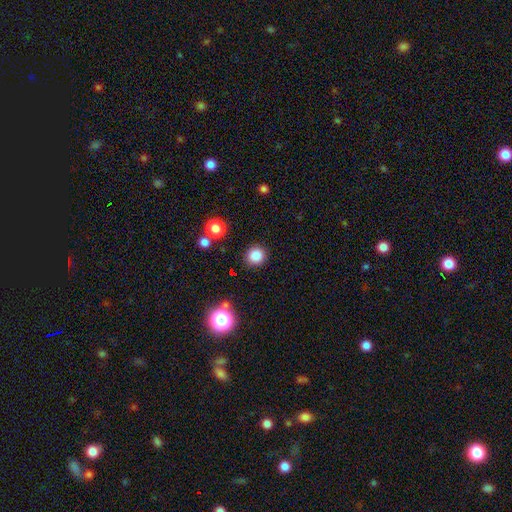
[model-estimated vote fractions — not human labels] smooth 84%, star or artifact 12%, featured or disk 4%. Down the decision tree: how rounded — round (91%); merging — none (89%).